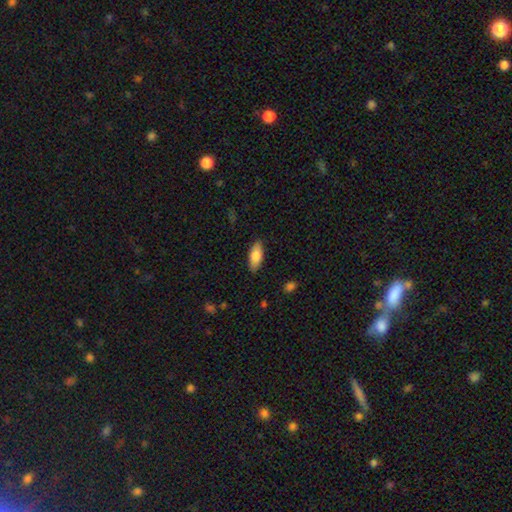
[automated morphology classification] Smooth or featured?
  - smooth: 80% *
  - featured or disk: 14%
  - star or artifact: 6%
How rounded?
  - in between: 81% *
  - cigar-shaped: 17%
  - round: 2%
Merging?
  - none: 87% *
  - minor disturbance: 10%
  - major disturbance: 2%
  - merger: 1%